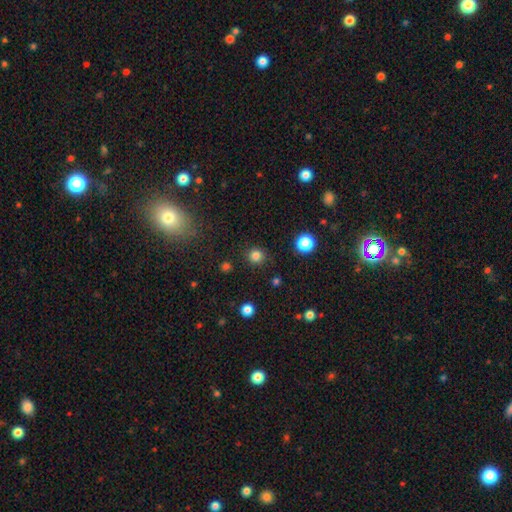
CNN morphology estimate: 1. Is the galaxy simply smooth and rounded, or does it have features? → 82% smooth, 14% star or artifact, 4% featured or disk.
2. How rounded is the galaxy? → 93% round, 6% in between, 1% cigar-shaped.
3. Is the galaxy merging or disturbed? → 89% none, 7% minor disturbance, 3% major disturbance, 1% merger.